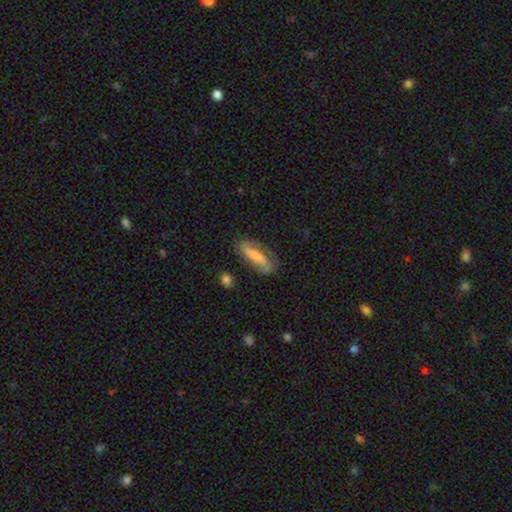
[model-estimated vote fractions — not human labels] Overall: smooth (49%; featured or disk 44%). Merging: none (68%).